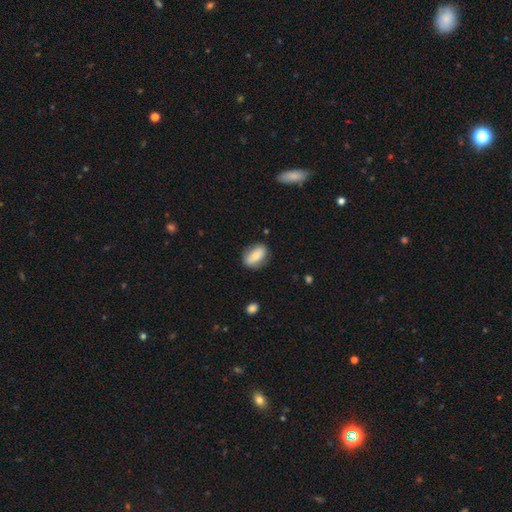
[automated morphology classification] Smooth or featured?
  - smooth: 69% *
  - featured or disk: 24%
  - star or artifact: 7%
How rounded?
  - in between: 86% *
  - round: 11%
  - cigar-shaped: 4%
Merging?
  - none: 78% *
  - minor disturbance: 16%
  - major disturbance: 4%
  - merger: 2%